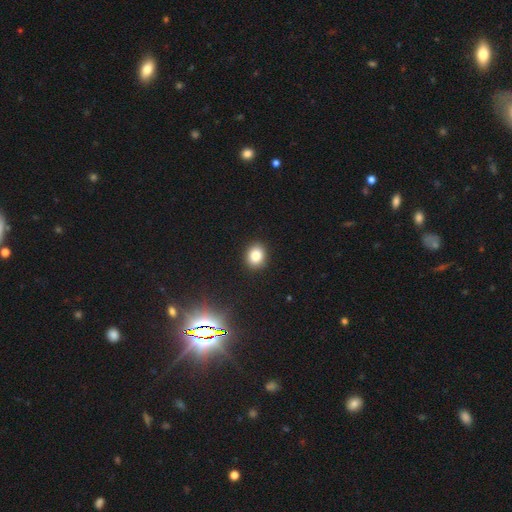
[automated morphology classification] This appears to be a smooth galaxy with no disk features (82%) that is round (63%). Merging: none (90%).